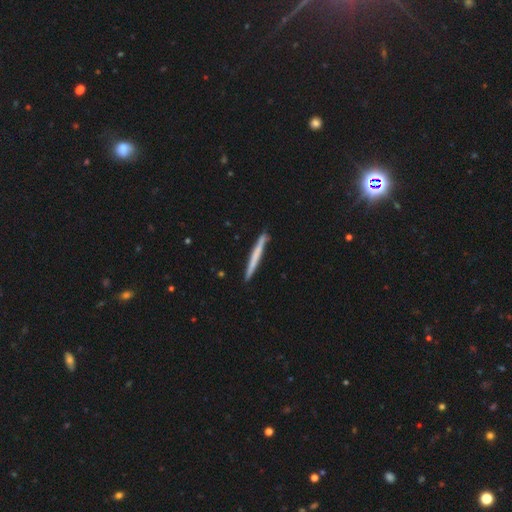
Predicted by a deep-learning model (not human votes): smooth-or-featured: smooth: 55% | featured or disk: 40% | star or artifact: 5%
  how-rounded: cigar-shaped: 97% | in between: 2% | round: 1%
  merging: none: 90% | minor disturbance: 8% | merger: 1% | major disturbance: 1%